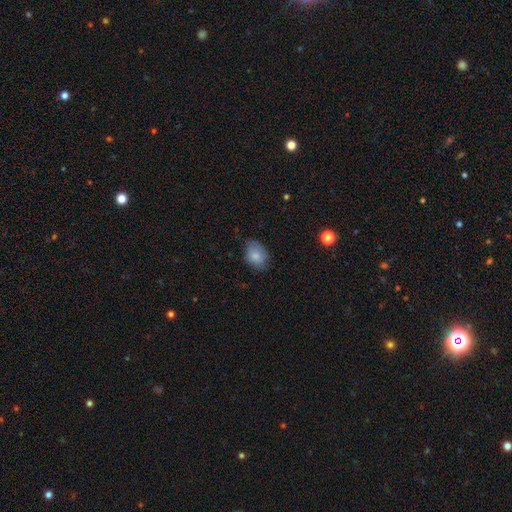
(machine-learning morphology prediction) Smooth or featured?
  - smooth: 81% *
  - featured or disk: 11%
  - star or artifact: 8%
How rounded?
  - in between: 70% *
  - round: 28%
  - cigar-shaped: 1%
Merging?
  - none: 65% *
  - minor disturbance: 27%
  - major disturbance: 6%
  - merger: 1%